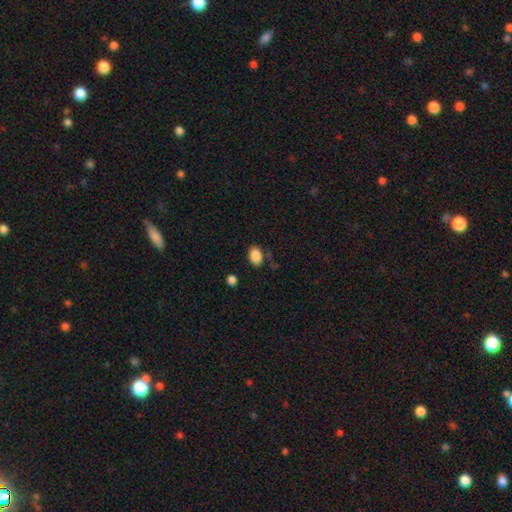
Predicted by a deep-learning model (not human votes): smooth 87%, star or artifact 9%, featured or disk 5%. Down the decision tree: how rounded — in between (85%); merging — none (78%).